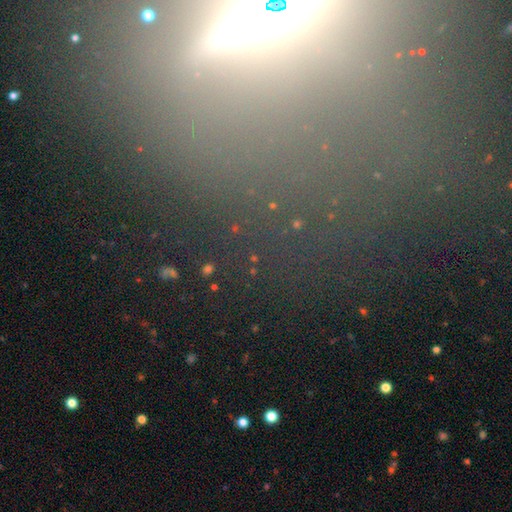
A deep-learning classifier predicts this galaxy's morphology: smooth_or_featured: star or artifact (p=0.58) [alt: featured or disk p=0.26]